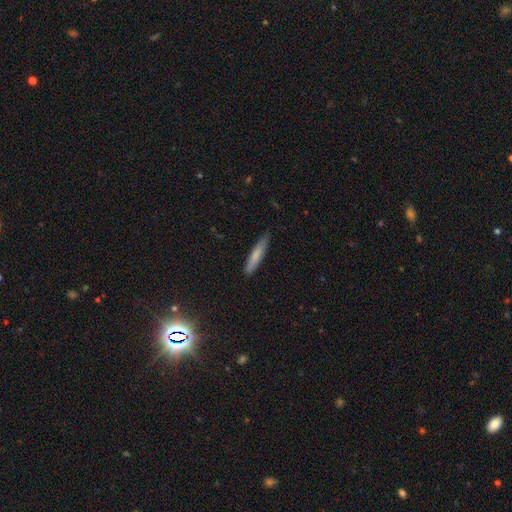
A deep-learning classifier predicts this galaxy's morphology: smooth 74%, featured or disk 20%, star or artifact 6%. Down the decision tree: how rounded — cigar-shaped (91%); merging — none (85%).